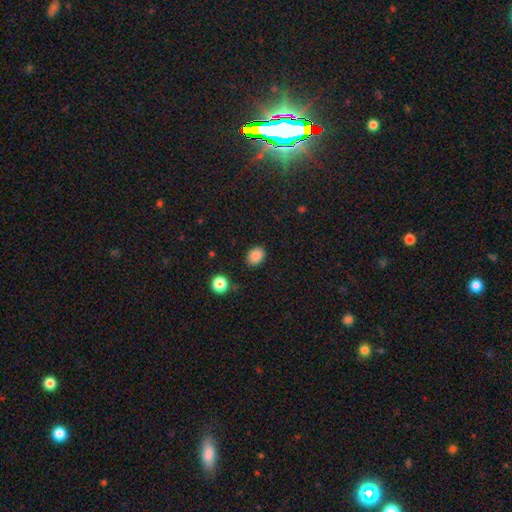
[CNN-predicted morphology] smooth-or-featured: smooth: 86% | star or artifact: 10% | featured or disk: 4%
  how-rounded: in between: 55% | round: 44% | cigar-shaped: 1%
  merging: none: 85% | minor disturbance: 11% | major disturbance: 3% | merger: 2%